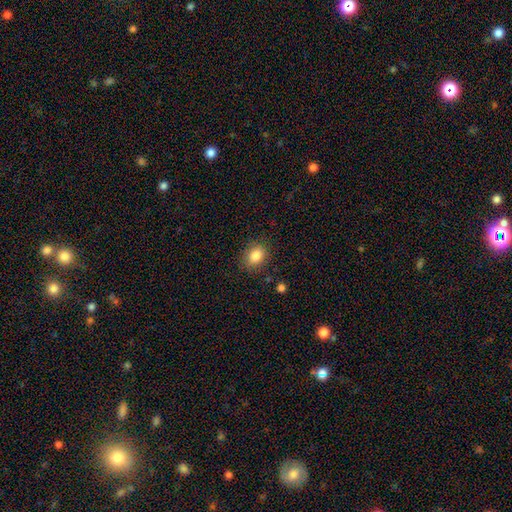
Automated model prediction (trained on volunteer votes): Morphology: type=smooth (85%); roundness=in between (57%); merging=none (85%).